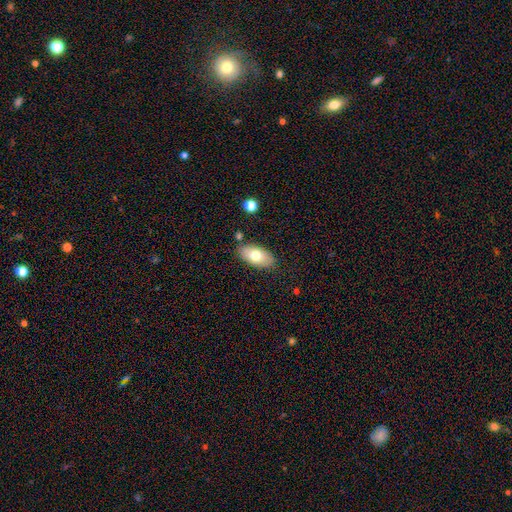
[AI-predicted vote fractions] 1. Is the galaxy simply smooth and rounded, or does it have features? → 72% smooth, 21% featured or disk, 7% star or artifact.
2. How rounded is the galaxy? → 92% in between, 4% cigar-shaped, 3% round.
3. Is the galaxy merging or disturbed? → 83% none, 11% minor disturbance, 3% merger, 3% major disturbance.